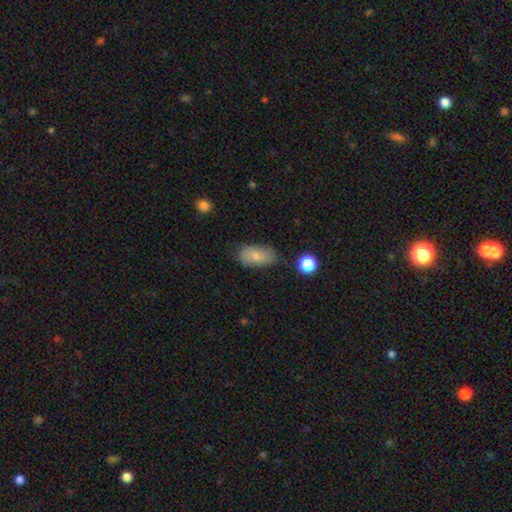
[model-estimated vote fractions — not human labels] smooth-or-featured: smooth: 75% | featured or disk: 17% | star or artifact: 8%
  how-rounded: in between: 91% | round: 5% | cigar-shaped: 3%
  merging: none: 71% | minor disturbance: 22% | major disturbance: 5% | merger: 3%